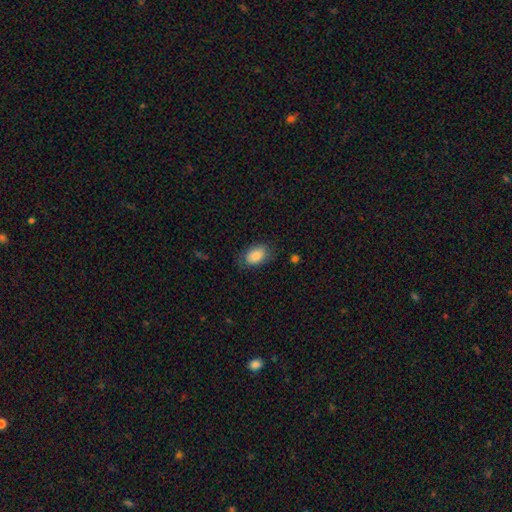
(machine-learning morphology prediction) type=smooth (85%); roundness=in between (89%); merging=none (73%).